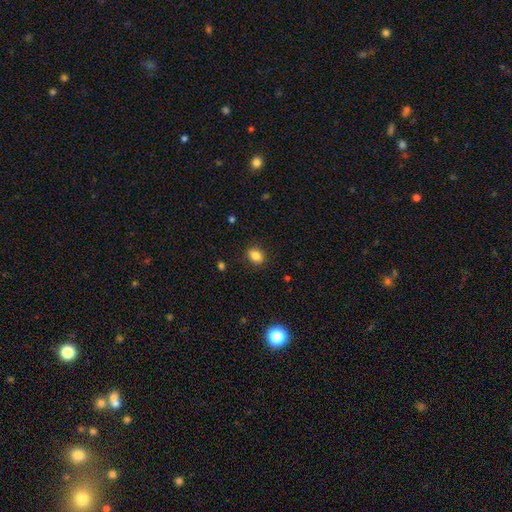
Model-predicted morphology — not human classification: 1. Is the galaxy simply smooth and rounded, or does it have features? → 85% smooth, 10% star or artifact, 5% featured or disk.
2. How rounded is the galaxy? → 52% round, 47% in between, 1% cigar-shaped.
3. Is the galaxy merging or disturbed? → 89% none, 8% minor disturbance, 2% major disturbance, 1% merger.